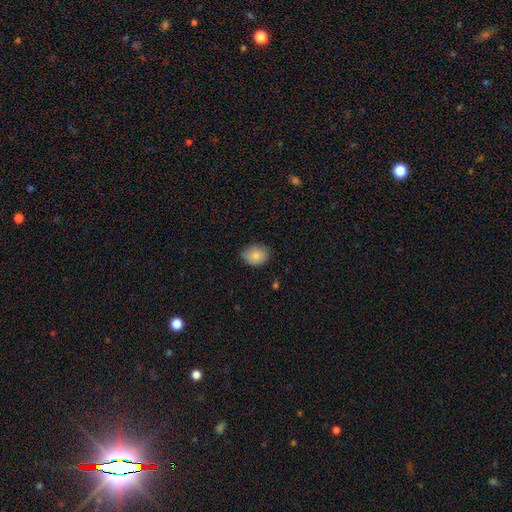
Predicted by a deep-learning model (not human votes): smooth-or-featured: smooth: 85% | star or artifact: 8% | featured or disk: 7%
  how-rounded: in between: 52% | round: 47% | cigar-shaped: 1%
  merging: none: 75% | minor disturbance: 21% | major disturbance: 3% | merger: 1%